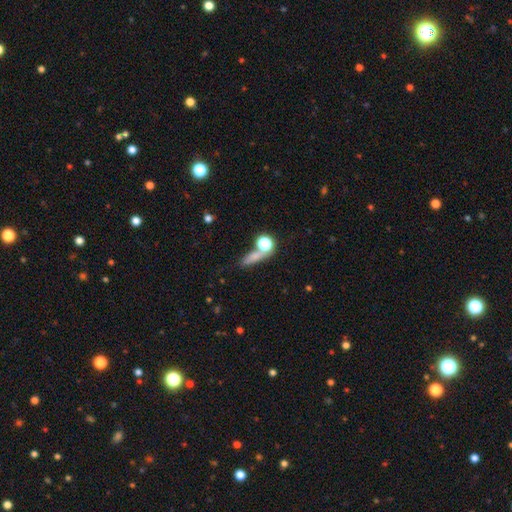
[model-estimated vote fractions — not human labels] smooth_or_featured: smooth (p=0.66) [alt: star or artifact p=0.19]
how_rounded: cigar-shaped (p=0.43) [alt: in between p=0.31]
merging: none (p=0.54) [alt: merger p=0.23]